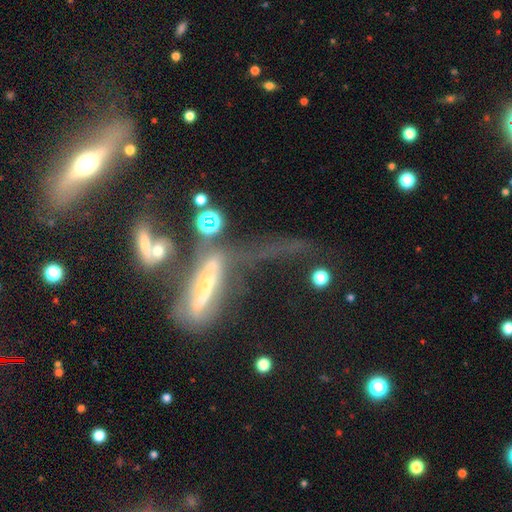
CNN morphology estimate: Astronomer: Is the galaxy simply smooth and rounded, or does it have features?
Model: featured or disk — 55%.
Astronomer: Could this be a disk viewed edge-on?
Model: no — 52% (runner-up: yes, 48%).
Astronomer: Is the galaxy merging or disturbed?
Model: major disturbance — 40% (runner-up: merger, 31%).